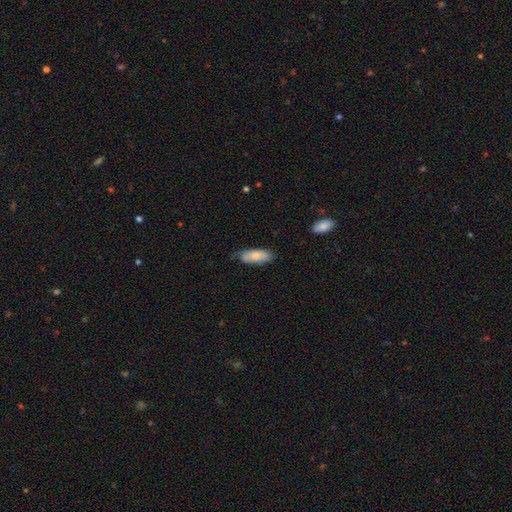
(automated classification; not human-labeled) A smooth galaxy with no disk features (69%) that is in between round and cigar-shaped (78%).

Vote fractions:
- Smooth or featured? smooth: 69% / featured or disk: 25% / star or artifact: 6%
- How rounded? in between: 78% / cigar-shaped: 20% / round: 2%
- Merging? none: 62% / minor disturbance: 30% / major disturbance: 6% / merger: 2%